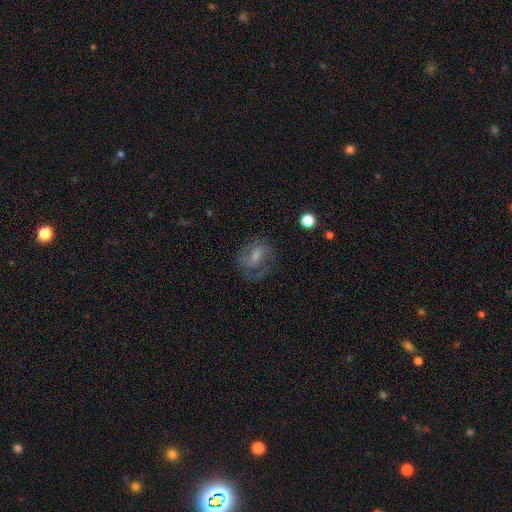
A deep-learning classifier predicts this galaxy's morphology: This is likely a featured or disk galaxy (61%). It is clearly not viewed edge-on (96%). Bar: possibly weak (51%). Spiral arm pattern: clearly yes (81%). Central bulge: marginally small (44%). Merging: likely none (61%).